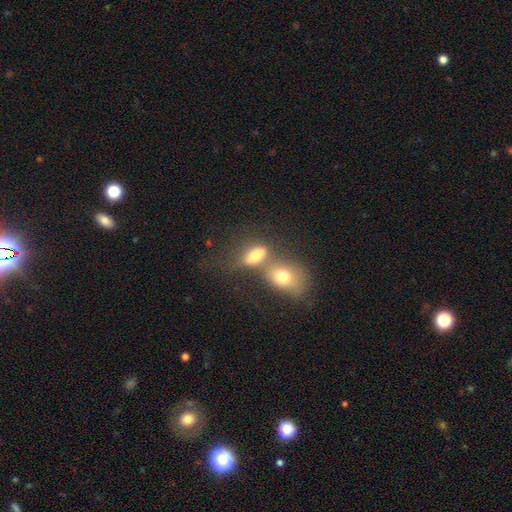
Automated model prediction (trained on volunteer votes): Q: Smooth or featured?
A: smooth (70%); runner-up: featured or disk (19%)
Q: How rounded?
A: in between (79%); runner-up: round (12%)
Q: Merging?
A: merger (60%); runner-up: none (23%)